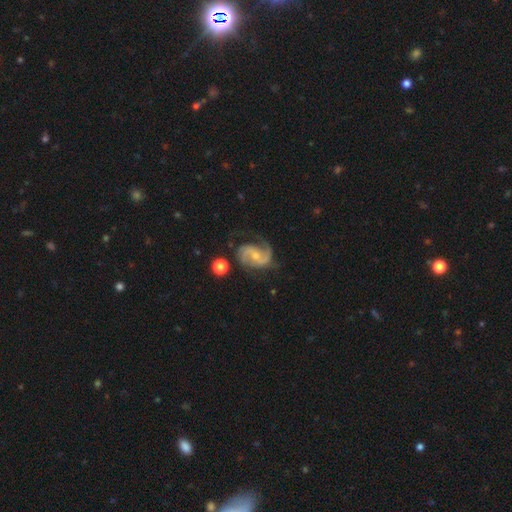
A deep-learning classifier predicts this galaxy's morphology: A featured or disk galaxy (89%) with no bar (47%), 2 (85%) medium (54%) spiral arms (98%) and a small central bulge (56%).

Vote fractions:
- Smooth or featured? featured or disk: 89% / smooth: 6% / star or artifact: 5%
- Edge-on disk? no: 98% / yes: 2%
- Bar? no: 47% / weak: 41% / strong: 12%
- Spiral arms? yes: 98% / no: 2%
- Spiral winding? medium: 54% / loose: 26% / tight: 20%
- Spiral arm count? 2: 85% / 3: 6% / can't tell: 4% / 1: 2% / 4: 2% / more than 4: 1%
- Bulge size? small: 56% / moderate: 37% / none: 5% / large: 2% / dominant: 1%
- Merging? none: 67% / minor disturbance: 20% / major disturbance: 10% / merger: 3%